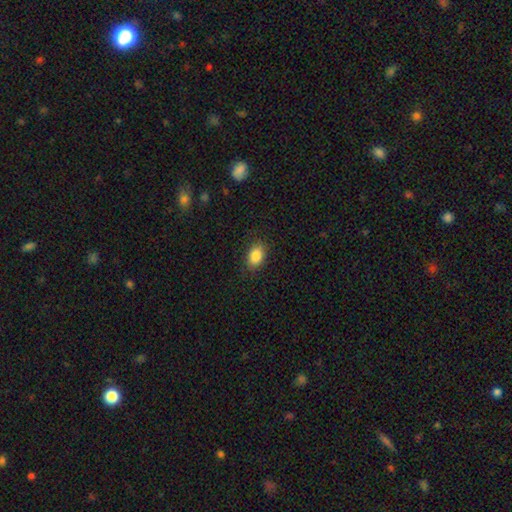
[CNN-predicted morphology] A smooth galaxy with no disk features (86%) that is in between round and cigar-shaped (84%). Merging: none (86%).